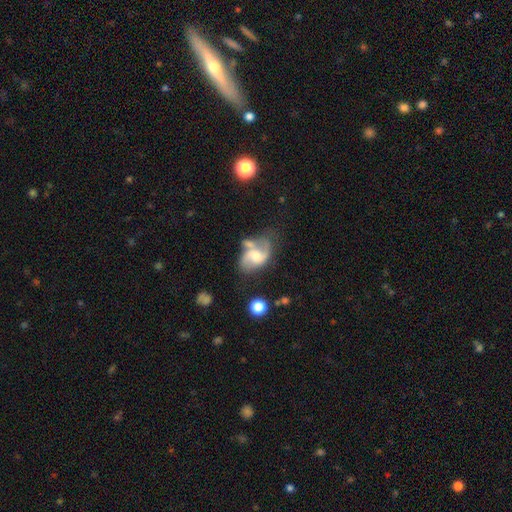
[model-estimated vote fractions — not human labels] Smooth or featured? featured or disk (71%)
Edge-on disk? no (97%)
Bar? no (53%)
Spiral arms? yes (89%)
Spiral winding? loose (48%)
Spiral arm count? 2 (84%)
Bulge size? moderate (56%)
Merging? none (37%)